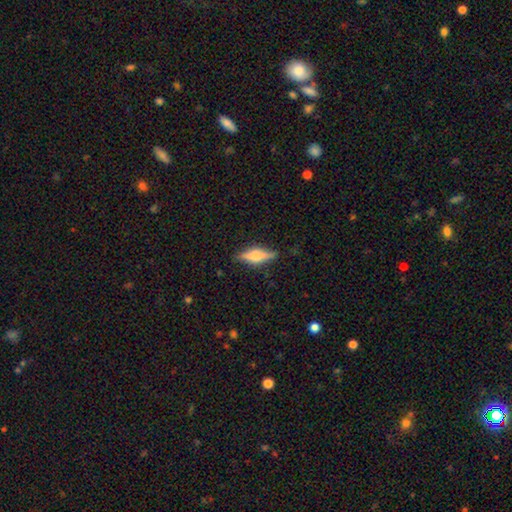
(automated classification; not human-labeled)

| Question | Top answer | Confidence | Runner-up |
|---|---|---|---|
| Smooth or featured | featured or disk | 55% | smooth (38%) |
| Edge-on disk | yes | 95% | no (5%) |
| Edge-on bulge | rounded | 85% | boxy (11%) |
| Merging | none | 85% | minor disturbance (11%) |